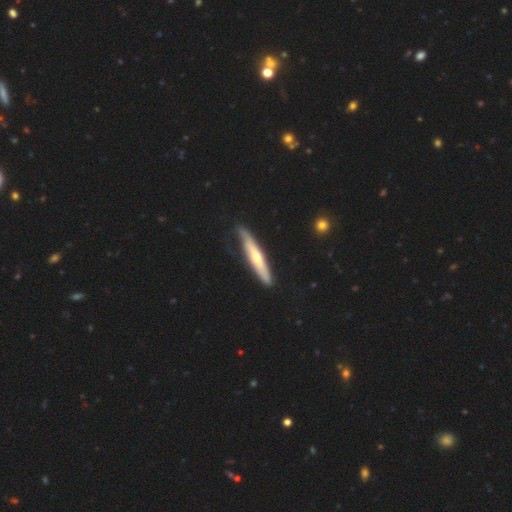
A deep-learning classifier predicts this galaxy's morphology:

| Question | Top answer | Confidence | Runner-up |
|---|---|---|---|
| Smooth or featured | featured or disk | 62% | smooth (32%) |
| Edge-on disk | yes | 89% | no (11%) |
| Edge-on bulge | rounded | 78% | none (17%) |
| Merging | none | 83% | minor disturbance (13%) |